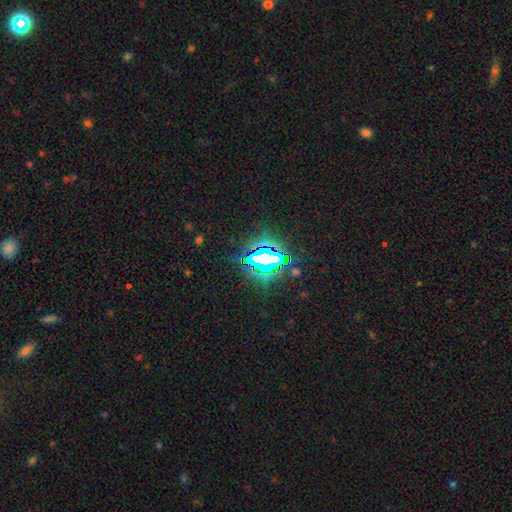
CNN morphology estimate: This appears to be a star or artifact, not a galaxy (77%).